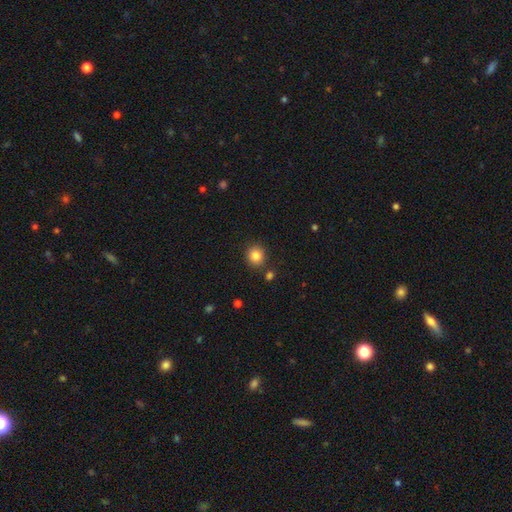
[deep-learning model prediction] Q: Smooth or featured?
A: smooth (84%); runner-up: star or artifact (11%)
Q: How rounded?
A: round (87%); runner-up: in between (12%)
Q: Merging?
A: none (85%); runner-up: minor disturbance (8%)